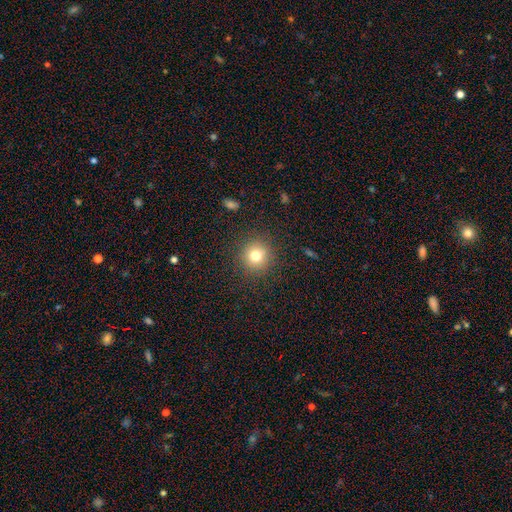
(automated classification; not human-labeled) smooth_or_featured: smooth (p=0.77) [alt: star or artifact p=0.14]
how_rounded: round (p=0.94) [alt: in between p=0.05]
merging: none (p=0.90) [alt: minor disturbance p=0.06]